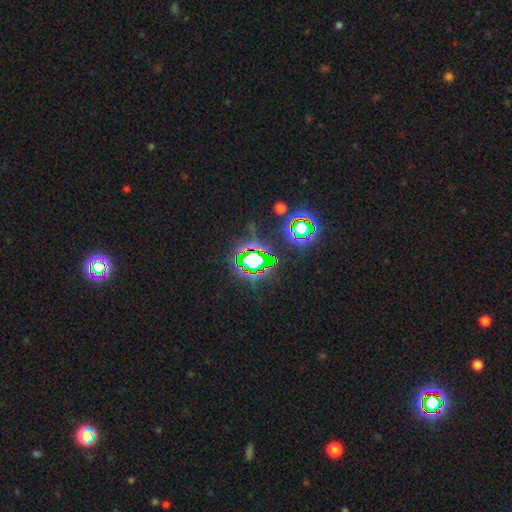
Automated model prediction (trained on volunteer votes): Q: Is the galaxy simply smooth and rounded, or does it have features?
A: star or artifact — 79%.